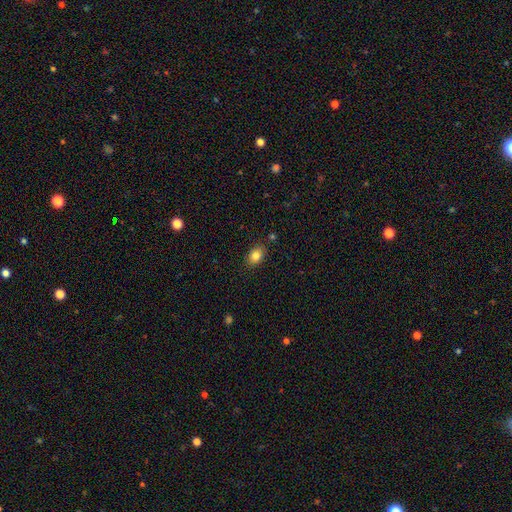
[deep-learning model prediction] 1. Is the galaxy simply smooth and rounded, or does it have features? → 84% smooth, 10% star or artifact, 7% featured or disk.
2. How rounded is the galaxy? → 75% in between, 24% round, 1% cigar-shaped.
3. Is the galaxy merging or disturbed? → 85% none, 11% minor disturbance, 2% major disturbance, 2% merger.